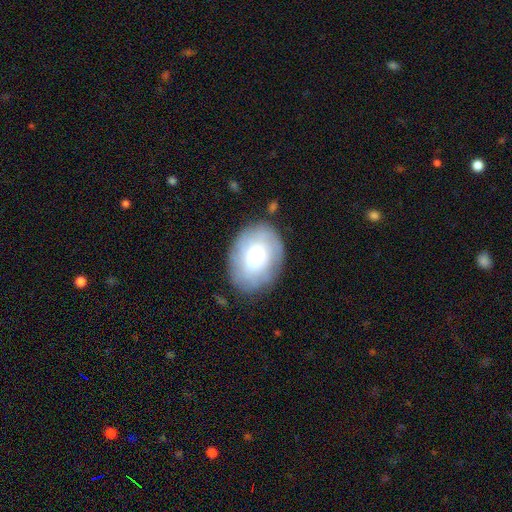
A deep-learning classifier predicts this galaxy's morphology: This is possibly a smooth galaxy (54%). How rounded: likely in between (70%). Merging: likely none (78%).